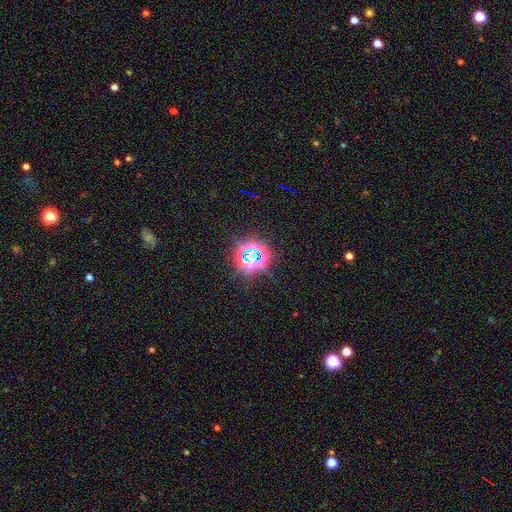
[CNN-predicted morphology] Smooth or featured: star or artifact — 78% (smooth — 14%)